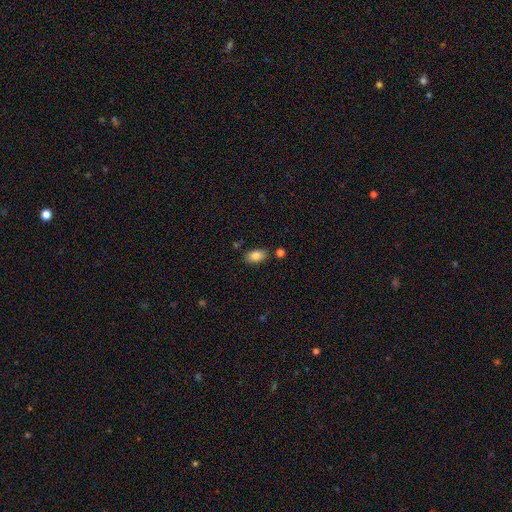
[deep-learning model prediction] Morphology: type=smooth (84%); roundness=in between (91%); merging=none (79%).